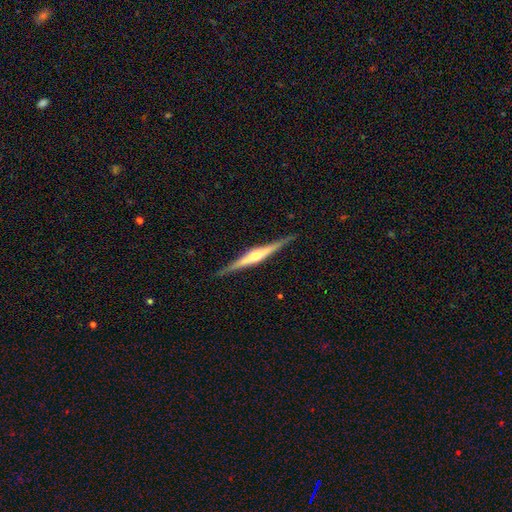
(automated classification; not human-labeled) Smooth or featured? featured or disk (81%)
Edge-on disk? yes (98%)
Edge-on bulge? rounded (87%)
Merging? none (90%)